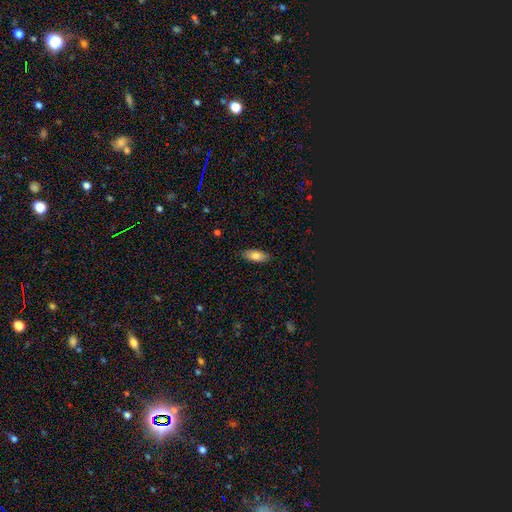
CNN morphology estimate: Smooth or featured: smooth — 83% (featured or disk — 11%)
How rounded: in between — 82% (cigar-shaped — 16%)
Merging: none — 87% (minor disturbance — 10%)